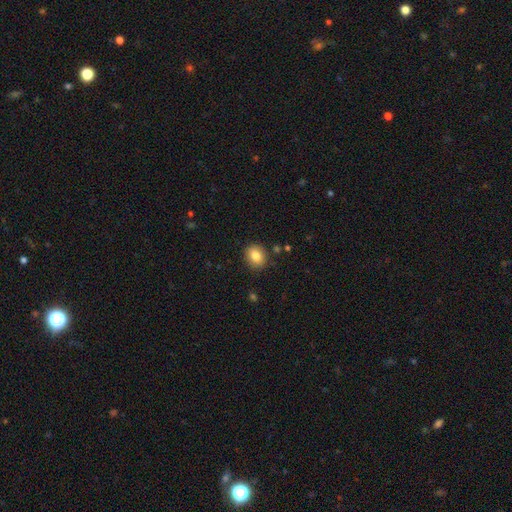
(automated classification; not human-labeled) Smooth or featured? Predicted: smooth (p=0.83). How rounded? Predicted: round (p=0.67). Merging? Predicted: none (p=0.88).